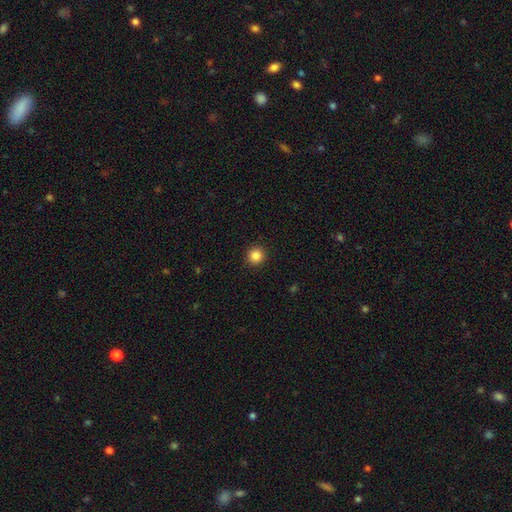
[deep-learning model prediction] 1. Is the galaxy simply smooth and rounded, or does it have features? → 86% smooth, 11% star or artifact, 3% featured or disk.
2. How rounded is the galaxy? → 94% round, 5% in between, 1% cigar-shaped.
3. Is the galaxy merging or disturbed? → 92% none, 5% minor disturbance, 2% major disturbance, 1% merger.